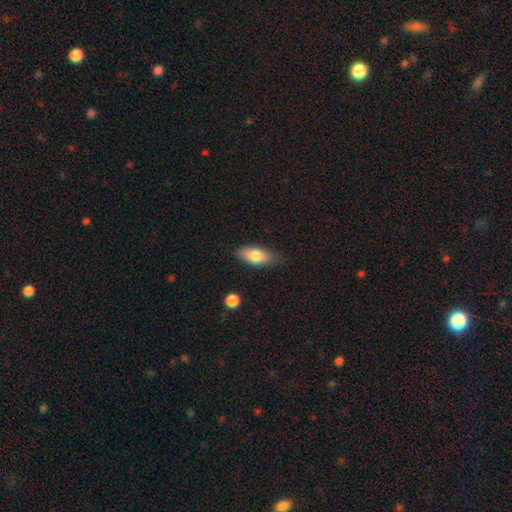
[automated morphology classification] The model was most divided on "smooth or featured": smooth: 77%, featured or disk: 16%, star or artifact: 7%. More confident: how rounded — in between (82%); merging — none (78%).